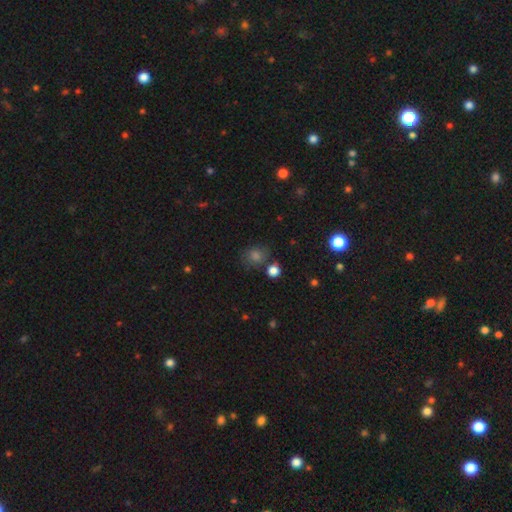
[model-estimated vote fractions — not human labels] Q: Smooth or featured?
A: smooth (69%); runner-up: star or artifact (23%)
Q: How rounded?
A: round (76%); runner-up: in between (23%)
Q: Merging?
A: none (75%); runner-up: minor disturbance (13%)